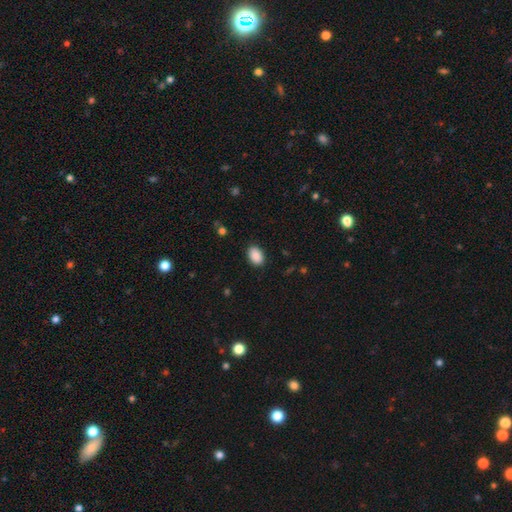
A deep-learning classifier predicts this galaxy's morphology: A smooth galaxy with no disk features (90%) that is in between round and cigar-shaped (86%).

Vote fractions:
- Smooth or featured? smooth: 90% / star or artifact: 7% / featured or disk: 3%
- How rounded? in between: 86% / round: 13% / cigar-shaped: 1%
- Merging? none: 88% / minor disturbance: 9% / major disturbance: 2% / merger: 1%